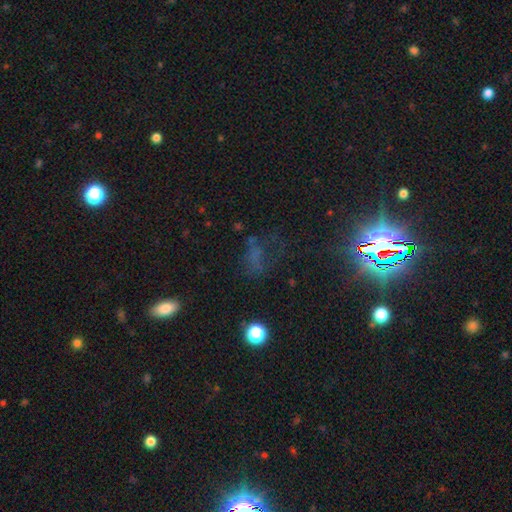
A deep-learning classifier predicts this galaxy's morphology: smooth_or_featured: star or artifact (p=0.50) [alt: smooth p=0.30]